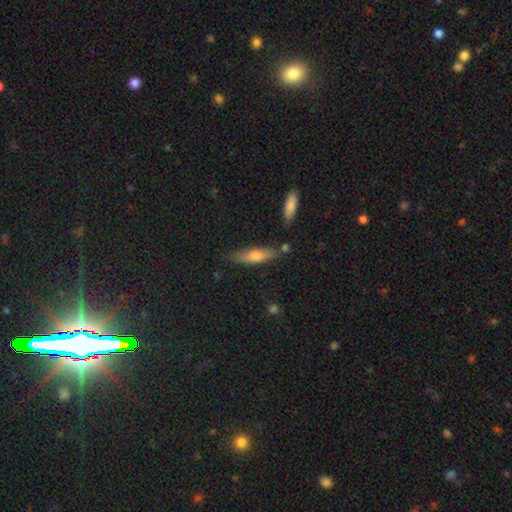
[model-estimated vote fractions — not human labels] Smooth or featured?
  - smooth: 60% *
  - featured or disk: 34%
  - star or artifact: 7%
How rounded?
  - cigar-shaped: 72% *
  - in between: 26%
  - round: 2%
Merging?
  - none: 75% *
  - minor disturbance: 15%
  - merger: 6%
  - major disturbance: 3%